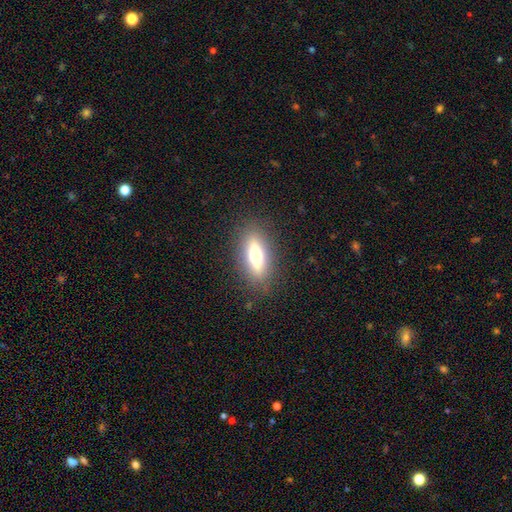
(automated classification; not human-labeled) smooth-or-featured: smooth: 52% | featured or disk: 38% | star or artifact: 10%
  how-rounded: in between: 59% | cigar-shaped: 36% | round: 5%
  merging: none: 85% | minor disturbance: 10% | major disturbance: 4% | merger: 1%